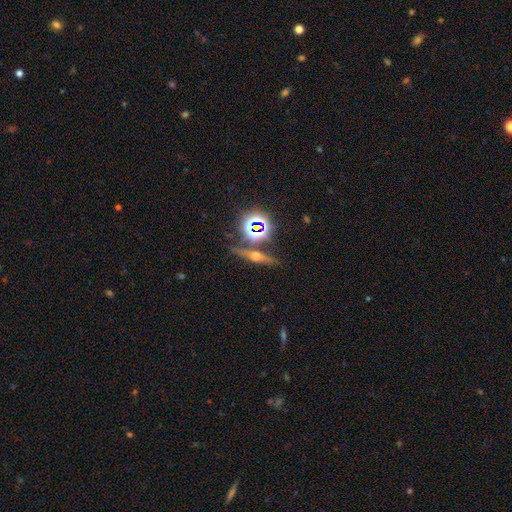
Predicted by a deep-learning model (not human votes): A featured or disk galaxy (44%). Merging: none (77%).